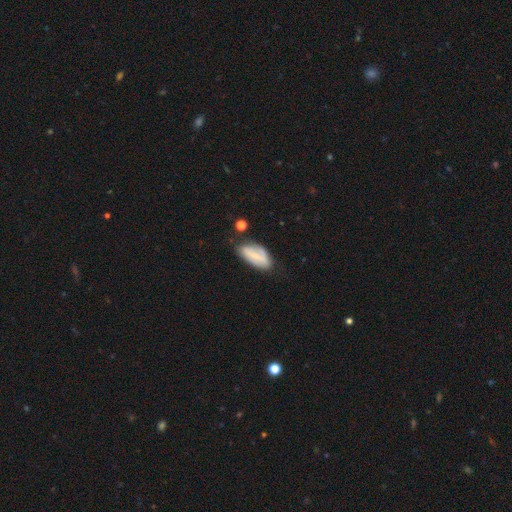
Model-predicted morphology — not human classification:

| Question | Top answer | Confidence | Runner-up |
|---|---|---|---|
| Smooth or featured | smooth | 50% | featured or disk (44%) |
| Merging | none | 58% | minor disturbance (30%) |